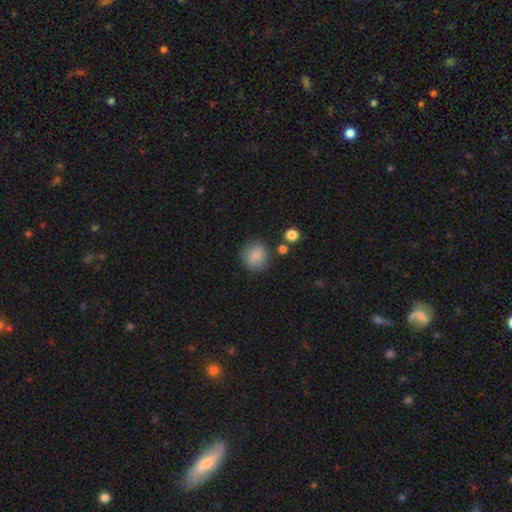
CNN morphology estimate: This appears to be a smooth galaxy with no disk features (85%) that is round (89%). Merging: none (83%).